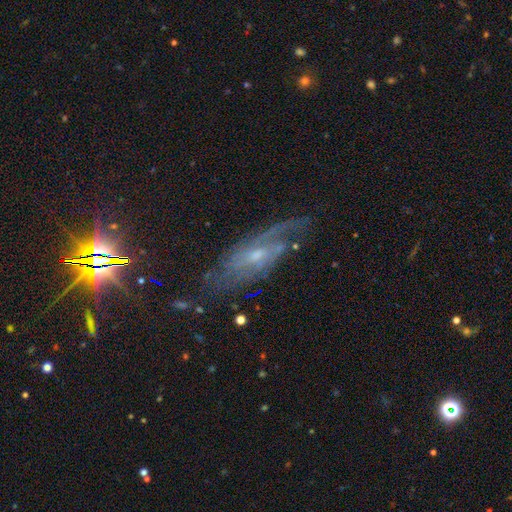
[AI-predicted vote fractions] Morphology: type=featured or disk (74%); edge-on=no (83%); bar=no (49%); spiral arms=yes (89%); winding=medium (43%); arm count=2 (39%); bulge=small (59%); merging=none (64%).